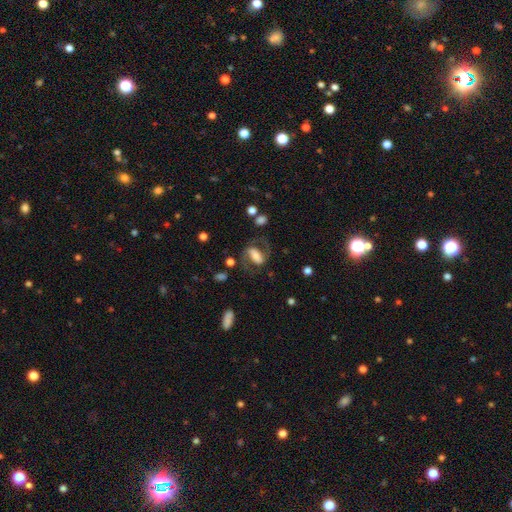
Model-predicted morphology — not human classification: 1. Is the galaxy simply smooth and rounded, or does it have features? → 68% featured or disk, 24% smooth, 8% star or artifact.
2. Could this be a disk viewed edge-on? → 95% no, 5% yes.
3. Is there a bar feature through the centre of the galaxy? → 47% strong, 33% weak, 20% no.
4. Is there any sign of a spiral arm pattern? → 88% yes, 12% no.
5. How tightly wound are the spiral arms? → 55% medium, 27% loose, 18% tight.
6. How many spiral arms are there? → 89% 2, 5% can't tell, 3% 1, 1% 3, 1% 4, 1% more than 4.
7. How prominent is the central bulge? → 31% moderate (tied), 31% large (tied), 21% small, 11% none, 6% dominant.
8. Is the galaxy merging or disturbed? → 65% none, 17% major disturbance, 16% minor disturbance, 3% merger.